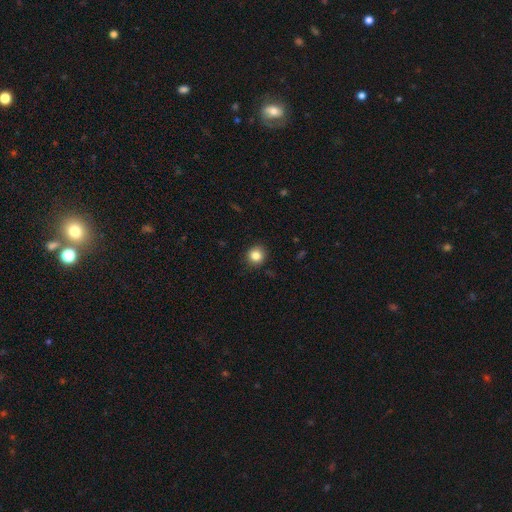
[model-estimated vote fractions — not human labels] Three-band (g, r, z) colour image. It shows a smooth galaxy with no disk features (84%) that is round (89%). Merging: none (89%).